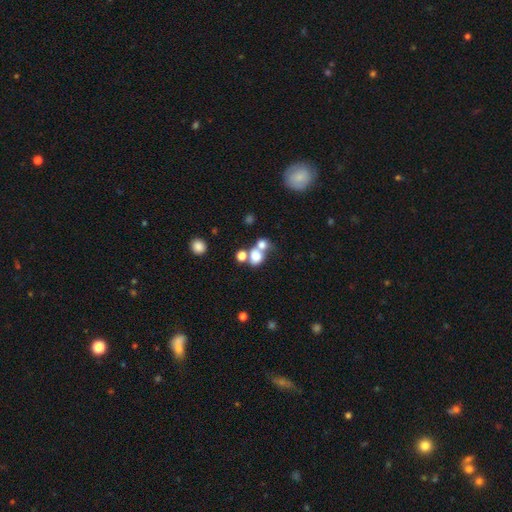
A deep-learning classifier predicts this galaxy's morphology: smooth-or-featured: smooth: 73% | star or artifact: 14% | featured or disk: 13%
  how-rounded: round: 60% | in between: 38% | cigar-shaped: 1%
  merging: merger: 54% | none: 31% | minor disturbance: 8% | major disturbance: 7%